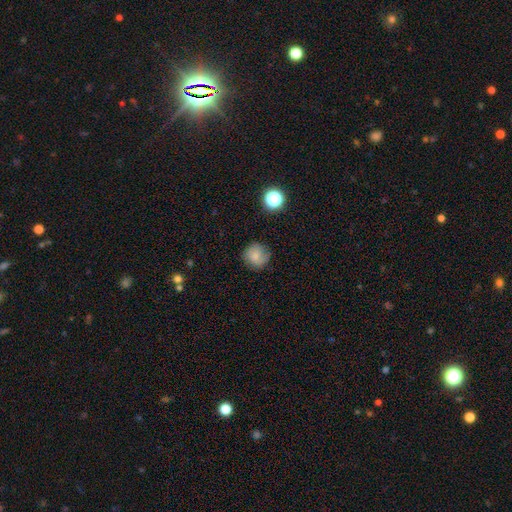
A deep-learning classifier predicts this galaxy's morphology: A smooth galaxy with no disk features (72%) that is round (90%). Merging: none (75%).